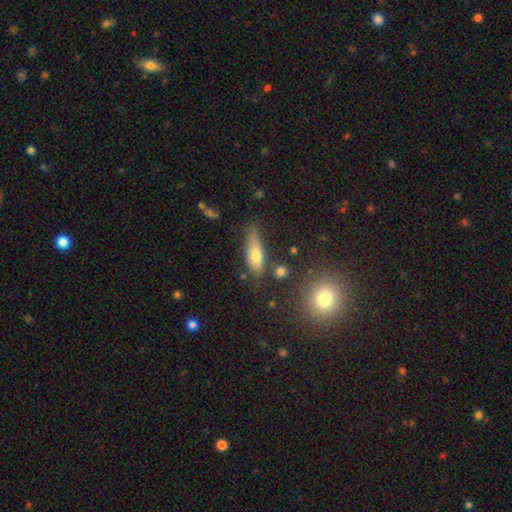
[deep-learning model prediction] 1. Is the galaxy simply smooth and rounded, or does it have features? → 69% smooth, 22% featured or disk, 10% star or artifact.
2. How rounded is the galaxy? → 57% in between, 40% cigar-shaped, 4% round.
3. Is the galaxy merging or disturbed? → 57% none, 28% minor disturbance, 8% major disturbance, 7% merger.